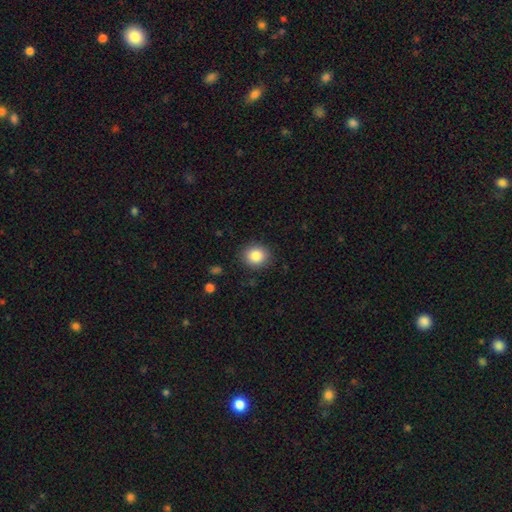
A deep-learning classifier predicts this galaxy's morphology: type=smooth (84%); roundness=round (81%); merging=none (89%).